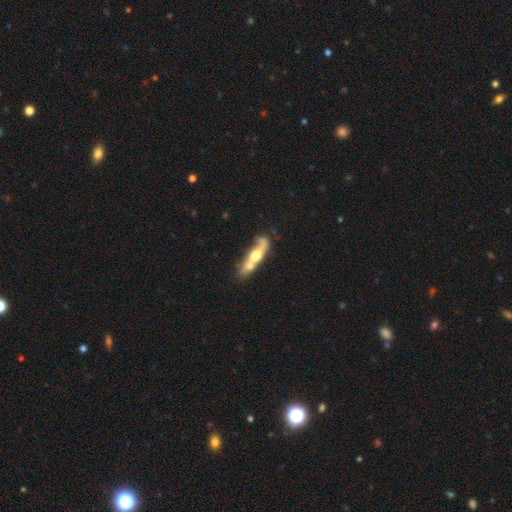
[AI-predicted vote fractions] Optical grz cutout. It shows a featured or disk galaxy (53%). Merging: merger (42%).